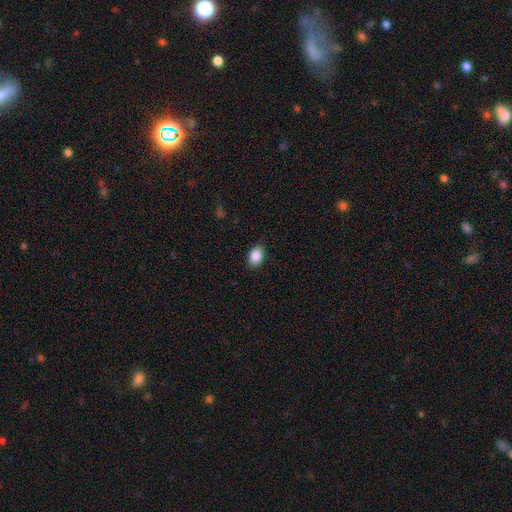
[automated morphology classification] Overall: smooth (88%). How rounded: in between (83%). Merging: none (88%).